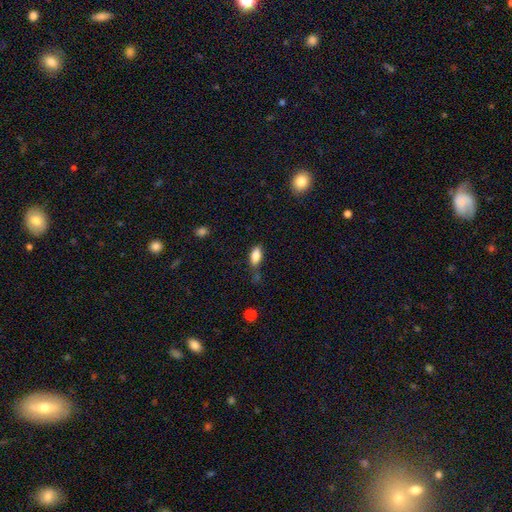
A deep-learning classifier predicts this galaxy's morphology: This appears to be a smooth galaxy with no disk features (85%) that is in between round and cigar-shaped (88%). Merging: none (59%).